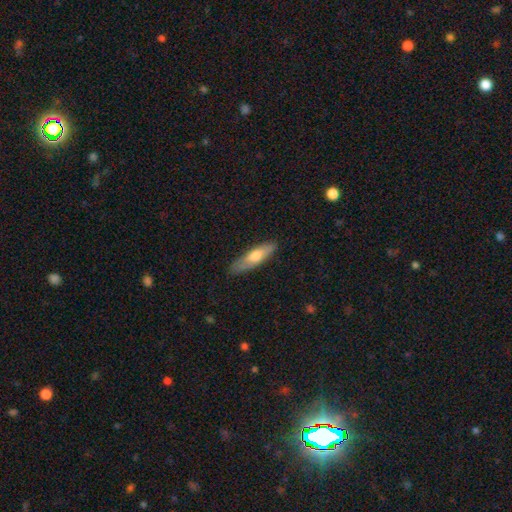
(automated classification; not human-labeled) smooth-or-featured: smooth: 64% | featured or disk: 31% | star or artifact: 6%
  how-rounded: cigar-shaped: 65% | in between: 33% | round: 2%
  merging: none: 84% | minor disturbance: 12% | major disturbance: 2% | merger: 1%